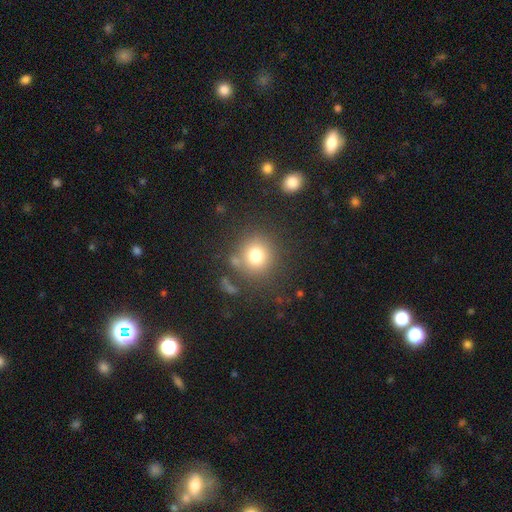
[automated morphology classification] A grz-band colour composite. It shows a smooth galaxy with no disk features (76%) that is round (89%). Merging: none (77%).